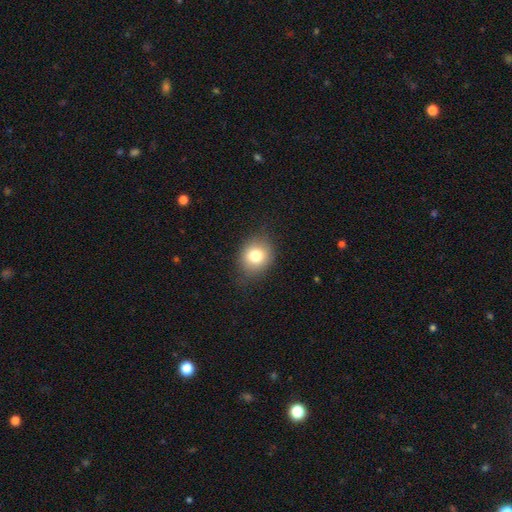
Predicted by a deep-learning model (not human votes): Overall: smooth (77%). How rounded: round (61%; in between 38%). Merging: none (77%).